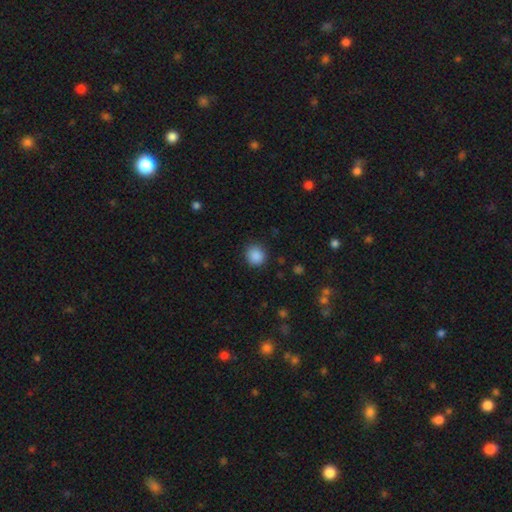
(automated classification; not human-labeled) smooth_or_featured: smooth (p=0.88) [alt: star or artifact p=0.10]
how_rounded: round (p=0.89) [alt: in between p=0.10]
merging: none (p=0.88) [alt: minor disturbance p=0.08]